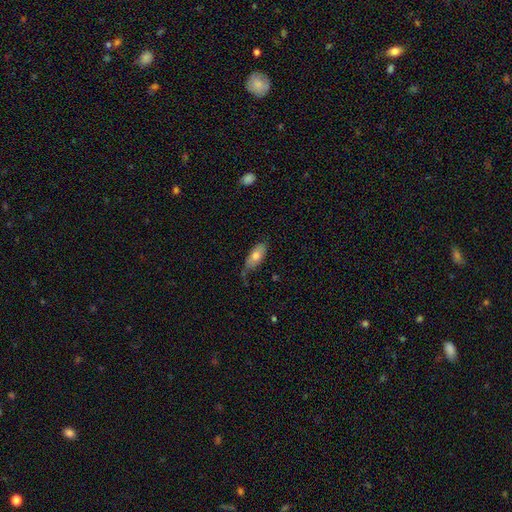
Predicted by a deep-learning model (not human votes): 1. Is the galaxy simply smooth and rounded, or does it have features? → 74% smooth, 19% featured or disk, 6% star or artifact.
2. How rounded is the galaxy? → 83% in between, 14% cigar-shaped, 3% round.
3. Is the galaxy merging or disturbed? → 60% none, 29% minor disturbance, 7% major disturbance, 3% merger.